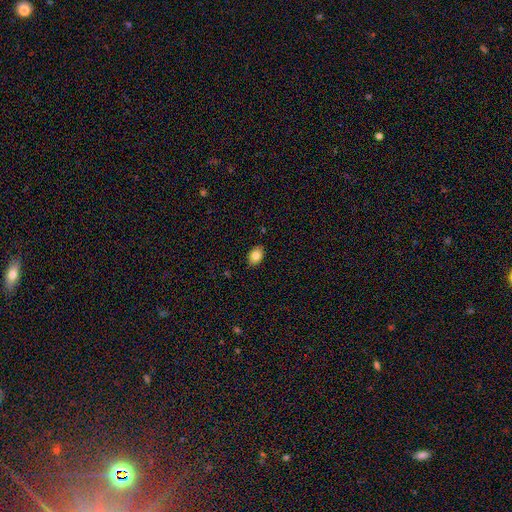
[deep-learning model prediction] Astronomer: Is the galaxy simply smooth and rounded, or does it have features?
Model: smooth — 83%.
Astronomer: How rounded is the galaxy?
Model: in between — 81%.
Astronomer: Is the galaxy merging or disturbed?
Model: none — 87%.